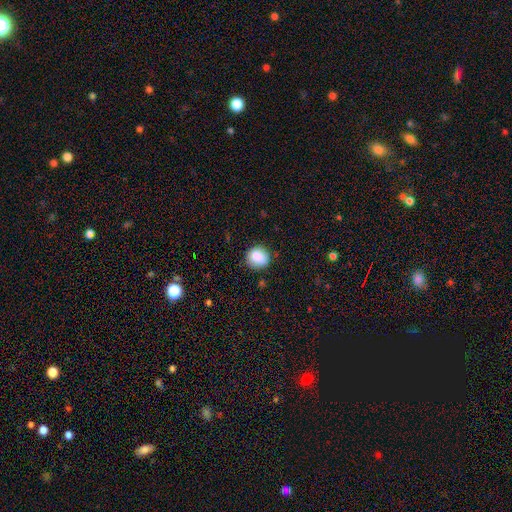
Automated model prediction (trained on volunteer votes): A smooth galaxy with no disk features (85%) that is round (81%). Merging: none (82%).